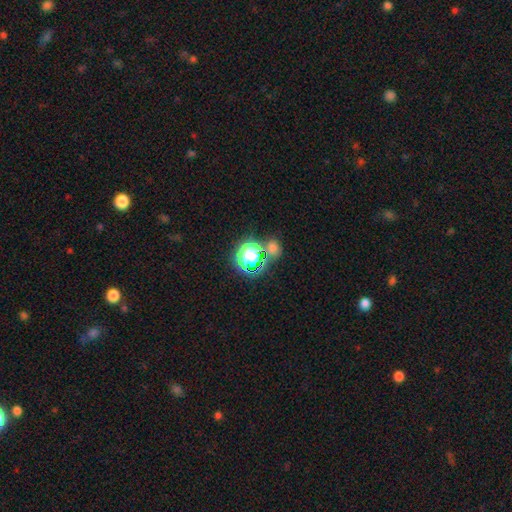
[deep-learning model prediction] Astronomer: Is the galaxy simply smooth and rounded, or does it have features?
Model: star or artifact — 74%.